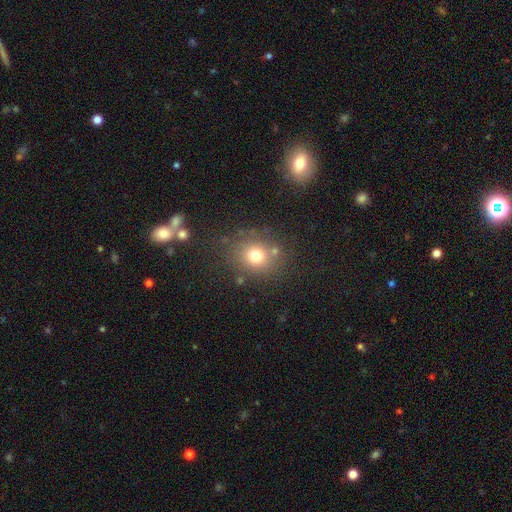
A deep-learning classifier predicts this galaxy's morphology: smooth-or-featured: smooth: 73% | star or artifact: 16% | featured or disk: 11%
  how-rounded: round: 74% | in between: 25% | cigar-shaped: 1%
  merging: none: 77% | minor disturbance: 12% | merger: 6% | major disturbance: 5%